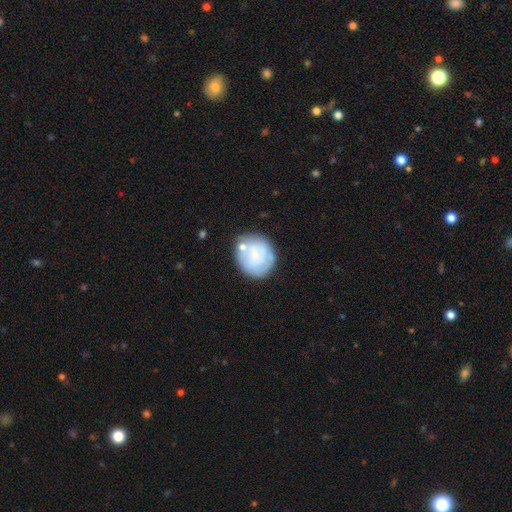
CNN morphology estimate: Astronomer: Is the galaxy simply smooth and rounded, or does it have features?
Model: smooth — 55% (runner-up: featured or disk, 38%).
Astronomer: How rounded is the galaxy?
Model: round — 81%.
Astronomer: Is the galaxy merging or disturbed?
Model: none — 64%.